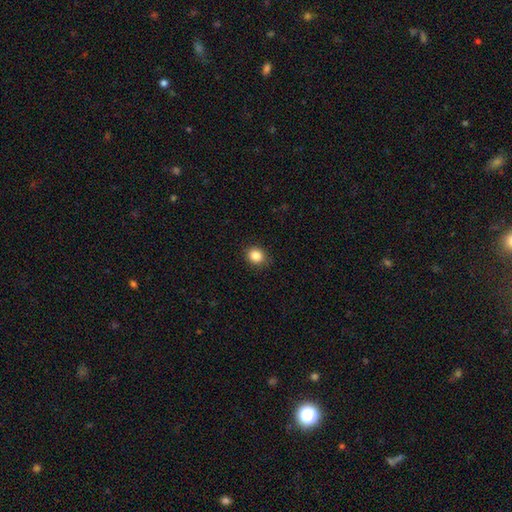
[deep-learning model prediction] This appears to be a smooth galaxy with no disk features (85%) that is round (72%). Merging: none (88%).